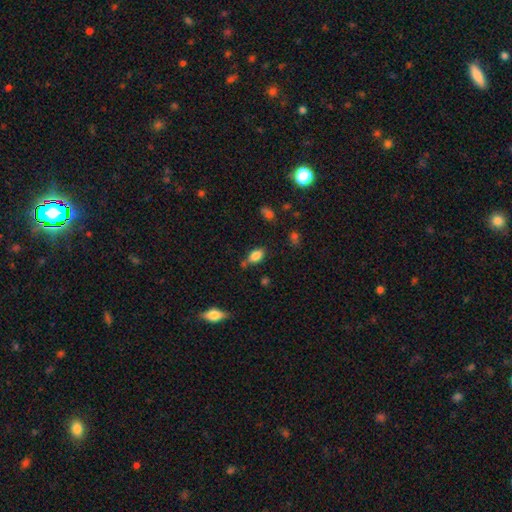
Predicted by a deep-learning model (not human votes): Smooth or featured?
  - smooth: 83% *
  - star or artifact: 10%
  - featured or disk: 7%
How rounded?
  - in between: 87% *
  - round: 10%
  - cigar-shaped: 3%
Merging?
  - none: 69% *
  - minor disturbance: 18%
  - merger: 9%
  - major disturbance: 5%